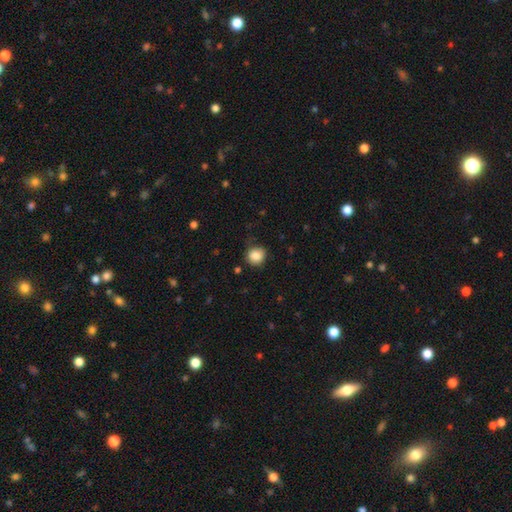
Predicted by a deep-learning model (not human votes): Smooth or featured: smooth — 87% (star or artifact — 9%)
How rounded: round — 85% (in between — 15%)
Merging: none — 77% (minor disturbance — 18%)